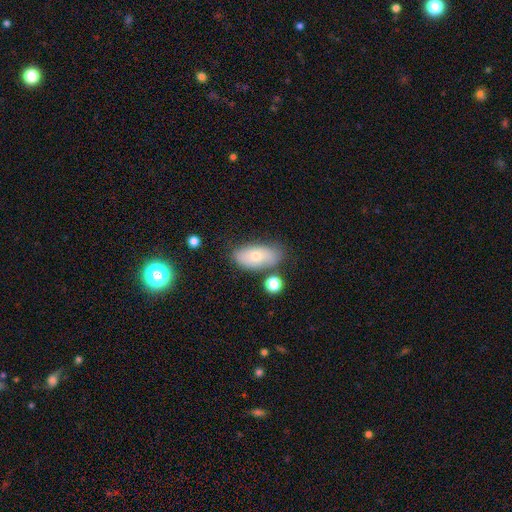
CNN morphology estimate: This is likely a smooth galaxy (69%). How rounded: clearly in between (90%). Merging: likely none (67%).